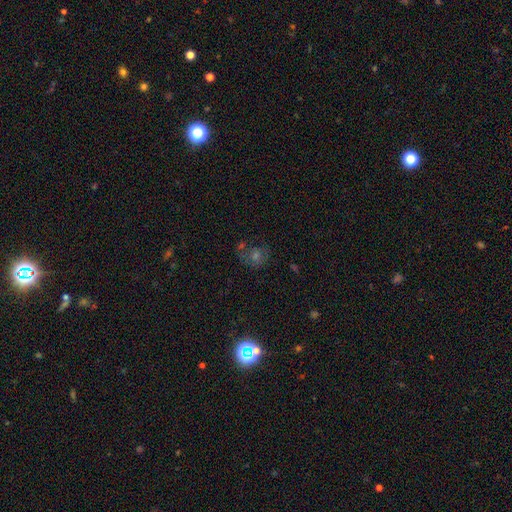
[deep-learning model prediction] Smooth or featured? Predicted: star or artifact (p=0.35).